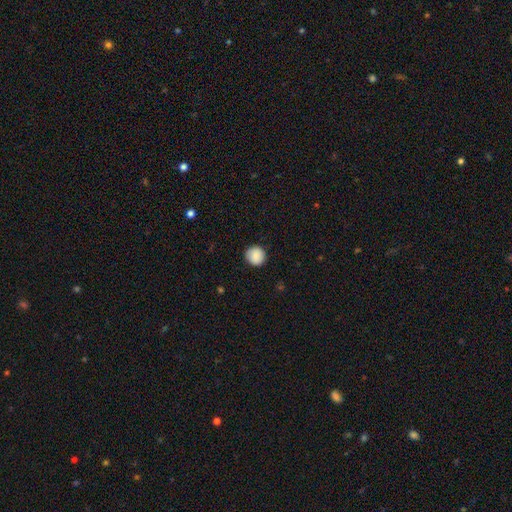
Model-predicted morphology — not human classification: smooth 88%, star or artifact 8%, featured or disk 4%. Down the decision tree: how rounded — round (92%); merging — none (90%).